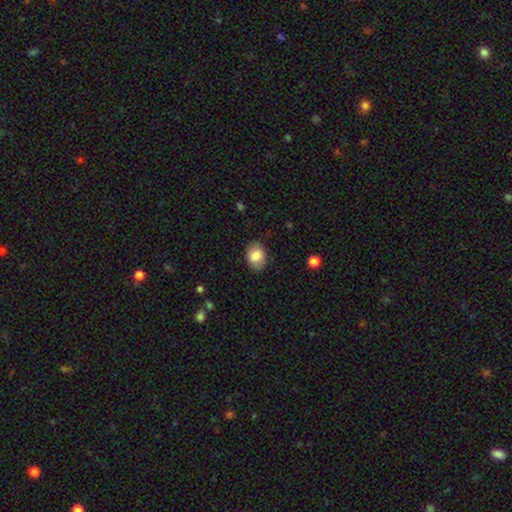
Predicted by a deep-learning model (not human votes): Q: Smooth or featured?
A: smooth (83%); runner-up: featured or disk (9%)
Q: How rounded?
A: in between (75%); runner-up: round (24%)
Q: Merging?
A: none (84%); runner-up: minor disturbance (12%)